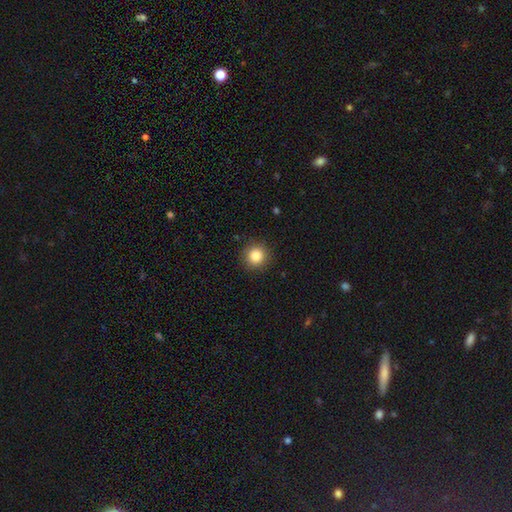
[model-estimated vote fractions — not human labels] A smooth galaxy with no disk features (83%) that is round (94%).

Vote fractions:
- Smooth or featured? smooth: 83% / star or artifact: 11% / featured or disk: 6%
- How rounded? round: 94% / in between: 5% / cigar-shaped: 1%
- Merging? none: 90% / minor disturbance: 7% / major disturbance: 2% / merger: 1%